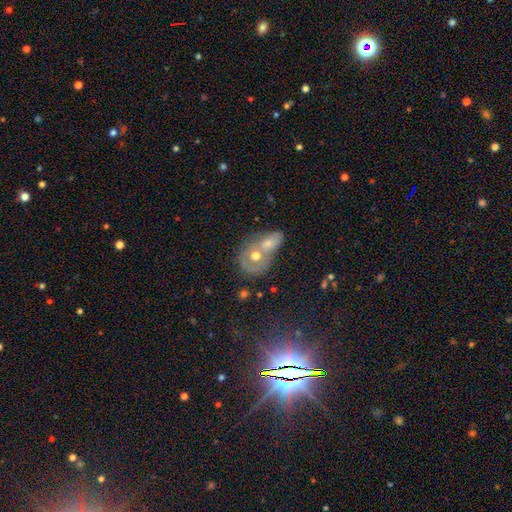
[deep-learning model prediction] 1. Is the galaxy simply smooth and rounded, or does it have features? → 45% featured or disk, 44% smooth, 11% star or artifact.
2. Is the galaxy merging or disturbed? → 67% merger, 19% none, 7% minor disturbance, 6% major disturbance.